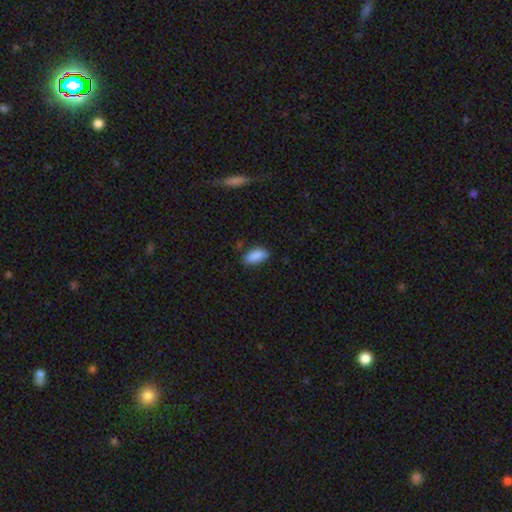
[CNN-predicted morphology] smooth-or-featured: smooth: 89% | star or artifact: 7% | featured or disk: 5%
  how-rounded: in between: 88% | cigar-shaped: 9% | round: 2%
  merging: none: 80% | minor disturbance: 16% | major disturbance: 3% | merger: 2%